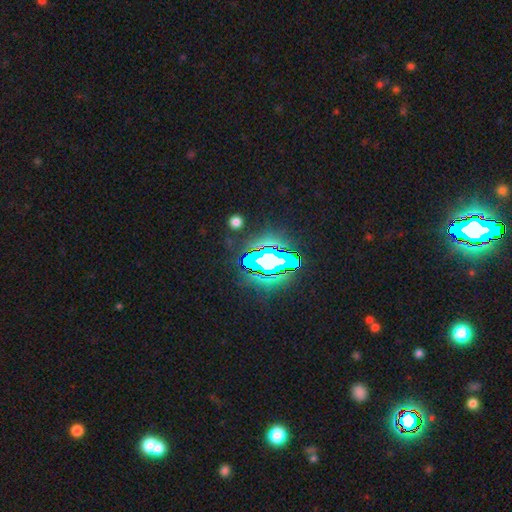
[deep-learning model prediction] This is likely a star or artifact rather than a galaxy (70%).